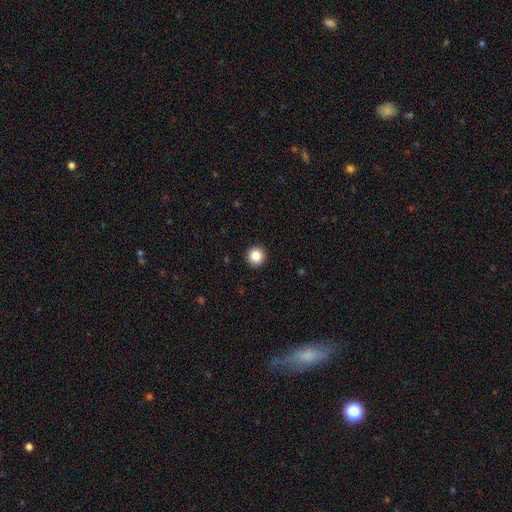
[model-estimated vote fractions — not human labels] Smooth or featured? smooth (86%)
How rounded? round (96%)
Merging? none (94%)